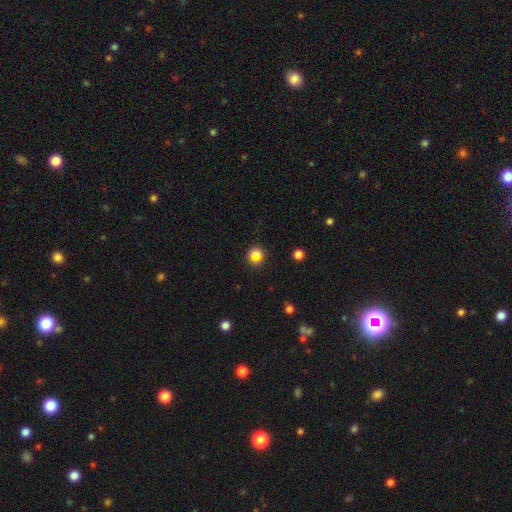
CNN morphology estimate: Smooth or featured? smooth (62%)
How rounded? round (84%)
Merging? none (70%)